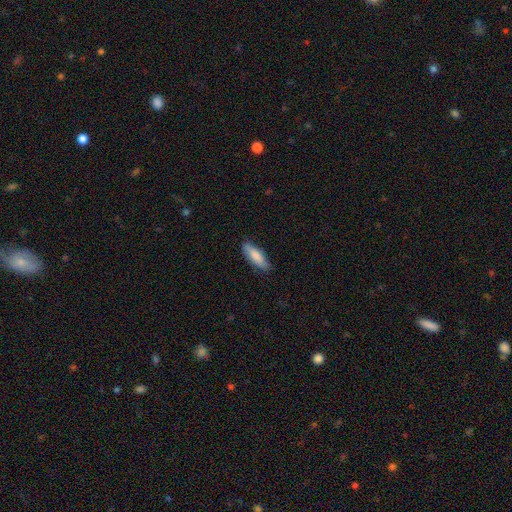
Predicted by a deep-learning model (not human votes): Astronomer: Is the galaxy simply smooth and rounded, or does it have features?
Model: smooth — 83%.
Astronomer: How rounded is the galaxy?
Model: in between — 53% (runner-up: cigar-shaped, 46%).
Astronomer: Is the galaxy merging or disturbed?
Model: none — 82%.